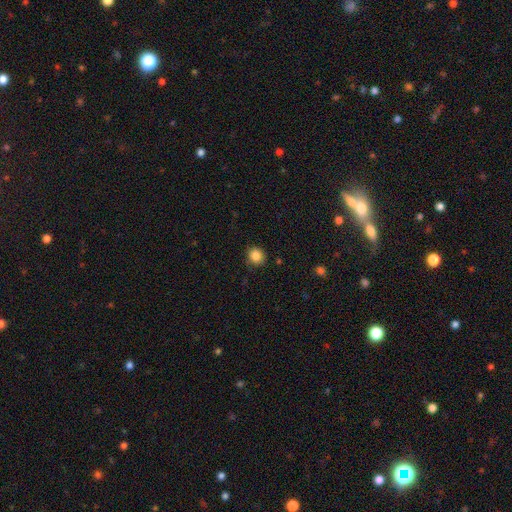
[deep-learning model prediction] Morphology: type=smooth (85%); roundness=round (84%); merging=none (83%).